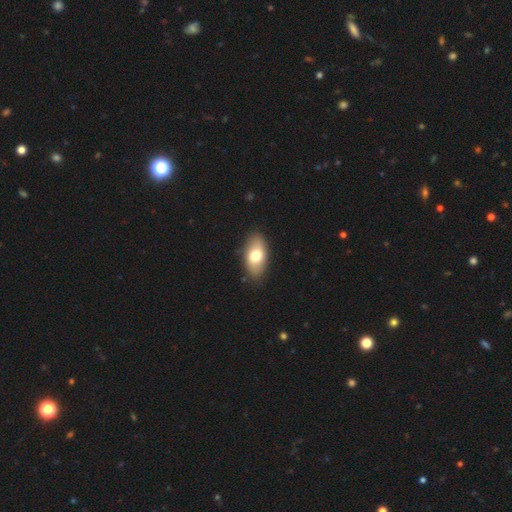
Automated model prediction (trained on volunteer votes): A smooth galaxy with no disk features (70%) that is in between round and cigar-shaped (92%).

Vote fractions:
- Smooth or featured? smooth: 70% / featured or disk: 24% / star or artifact: 6%
- How rounded? in between: 92% / round: 5% / cigar-shaped: 4%
- Merging? none: 85% / minor disturbance: 11% / major disturbance: 2% / merger: 1%